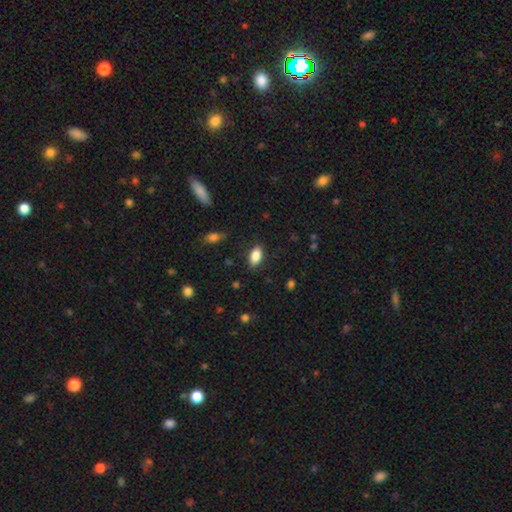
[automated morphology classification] Overall: smooth (86%). How rounded: in between (90%). Merging: none (85%).